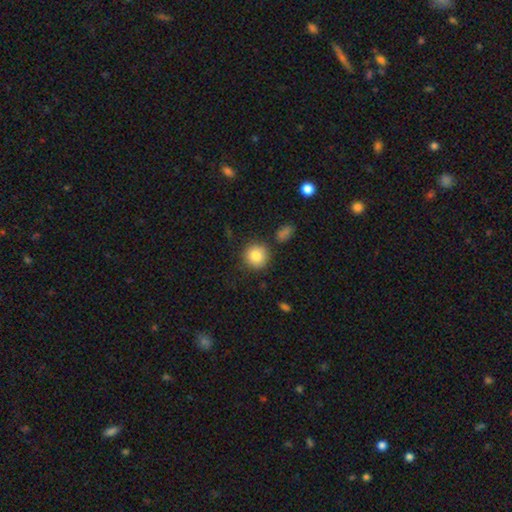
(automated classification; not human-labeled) The model was most divided on "merging": none: 84%, minor disturbance: 9%, merger: 5%, major disturbance: 3%. More confident: how rounded — round (93%); smooth or featured — smooth (84%).